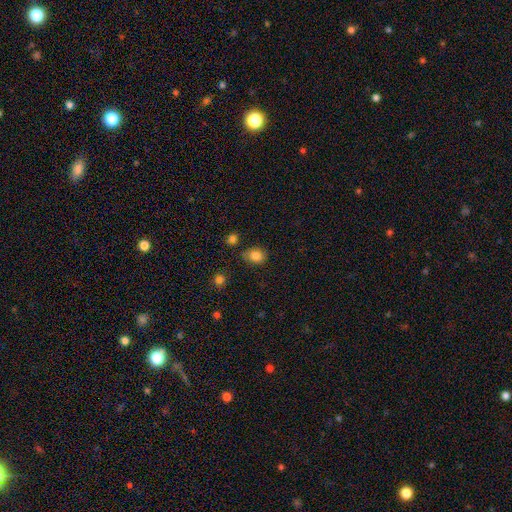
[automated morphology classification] smooth_or_featured: smooth (p=0.84) [alt: star or artifact p=0.11]
how_rounded: round (p=0.56) [alt: in between p=0.43]
merging: none (p=0.73) [alt: minor disturbance p=0.18]